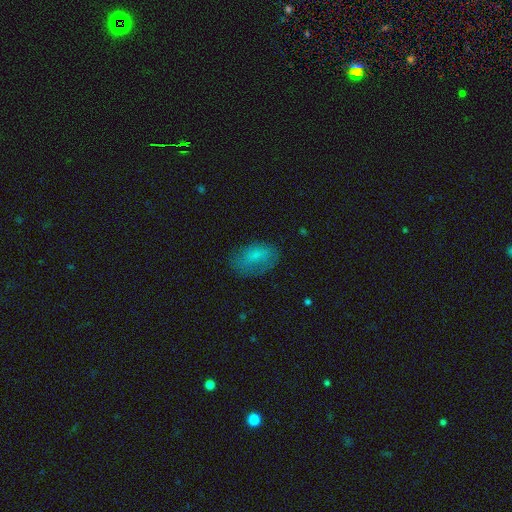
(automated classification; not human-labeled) A smooth galaxy with no disk features (71%) that is in between round and cigar-shaped (90%). Merging: none (64%).